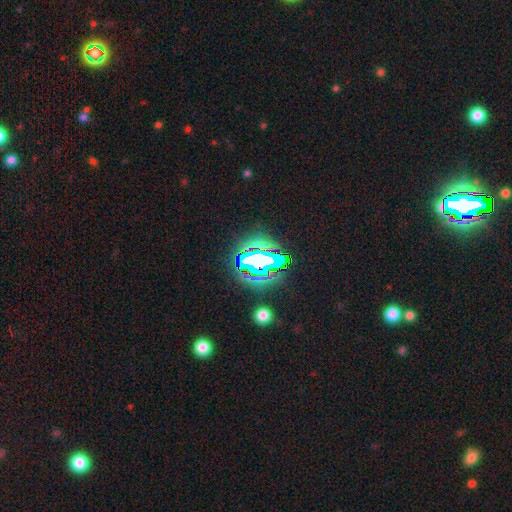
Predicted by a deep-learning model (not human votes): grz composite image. It shows a star or artifact, not a galaxy (64%).